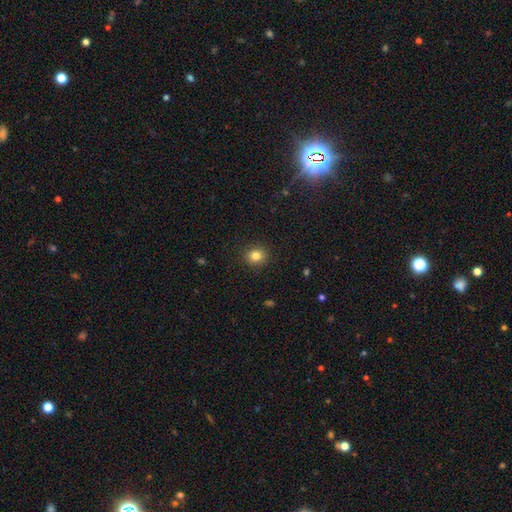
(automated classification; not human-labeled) smooth 83%, star or artifact 11%, featured or disk 6%. Down the decision tree: how rounded — round (82%); merging — none (90%).